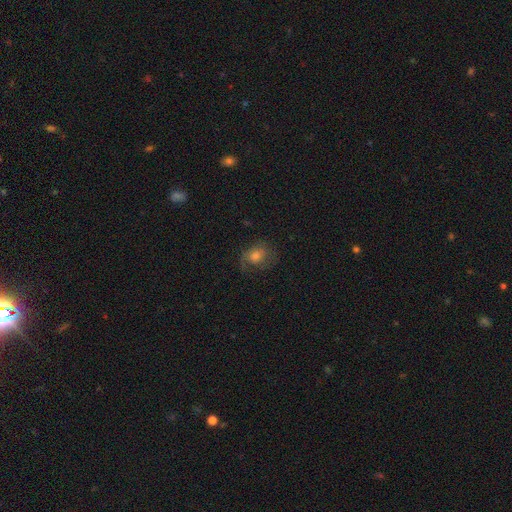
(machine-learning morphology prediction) smooth 51%, featured or disk 35%, star or artifact 14%. Down the decision tree: how rounded — round (52%); merging — none (60%).